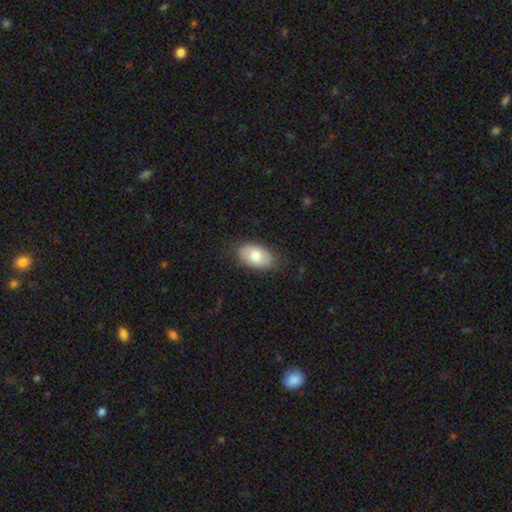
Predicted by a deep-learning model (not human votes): Smooth or featured?
  - smooth: 76% *
  - featured or disk: 17%
  - star or artifact: 6%
How rounded?
  - in between: 93% *
  - round: 5%
  - cigar-shaped: 2%
Merging?
  - none: 83% *
  - minor disturbance: 13%
  - major disturbance: 3%
  - merger: 1%